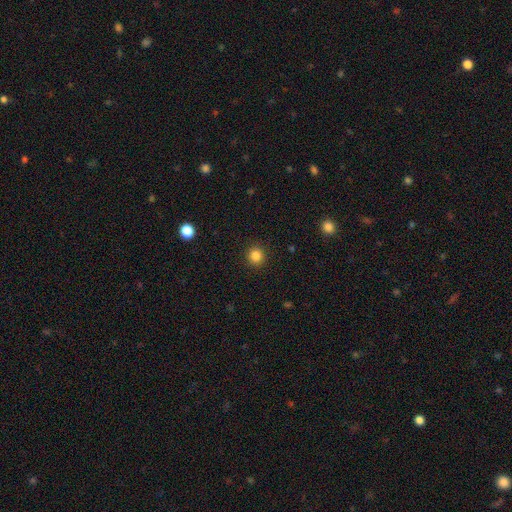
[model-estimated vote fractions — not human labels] Morphology: type=smooth (84%); roundness=round (91%); merging=none (92%).